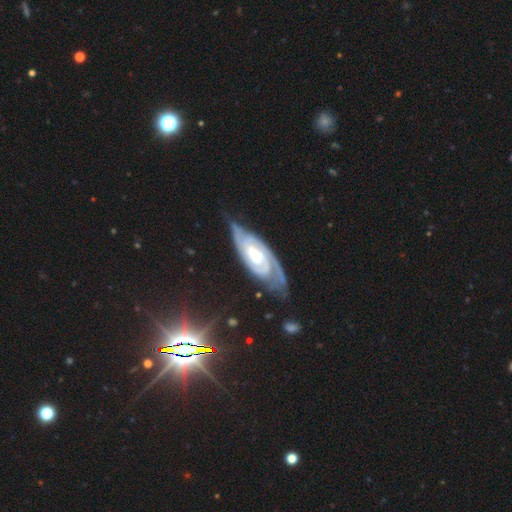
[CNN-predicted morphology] type=featured or disk (89%); edge-on=no (94%); bar=no (46%); spiral arms=yes (98%); winding=tight (70%); arm count=2 (70%); bulge=moderate (47%); merging=none (67%).